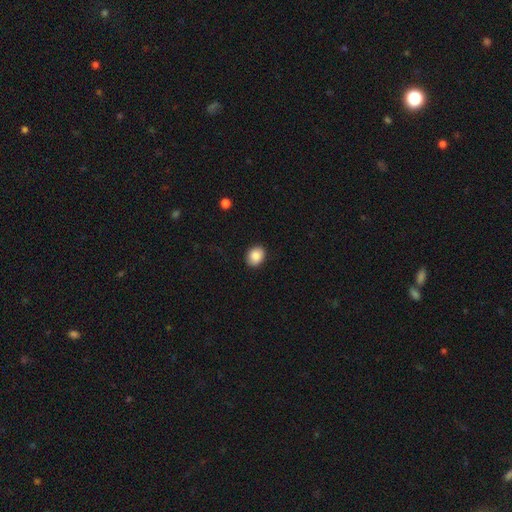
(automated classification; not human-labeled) This is clearly a smooth galaxy (88%). How rounded: possibly in between (56%). Merging: clearly none (89%).